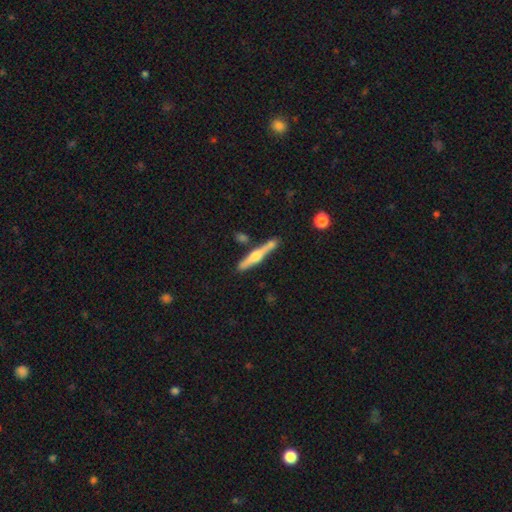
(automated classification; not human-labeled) Morphology: type=featured or disk (69%); edge-on=yes (97%); edge-on bulge=rounded (90%); merging=none (79%).